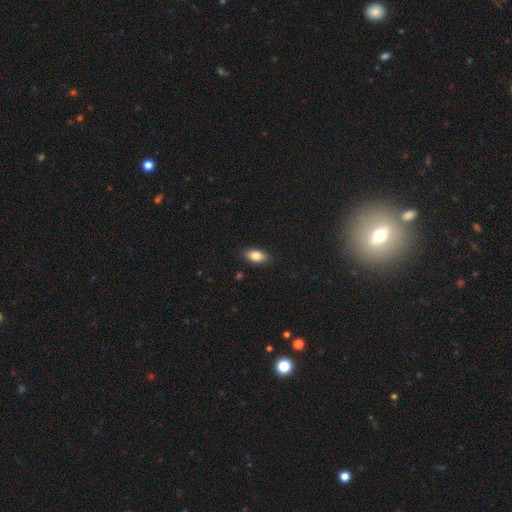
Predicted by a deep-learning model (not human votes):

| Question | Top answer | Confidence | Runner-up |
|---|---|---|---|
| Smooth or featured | smooth | 84% | featured or disk (9%) |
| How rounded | in between | 92% | round (5%) |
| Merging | none | 88% | minor disturbance (9%) |